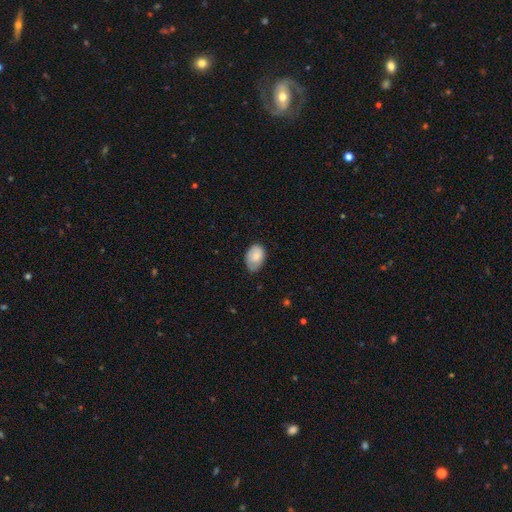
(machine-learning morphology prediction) Q: Smooth or featured?
A: smooth (79%); runner-up: featured or disk (15%)
Q: How rounded?
A: in between (88%); runner-up: round (11%)
Q: Merging?
A: none (62%); runner-up: minor disturbance (31%)